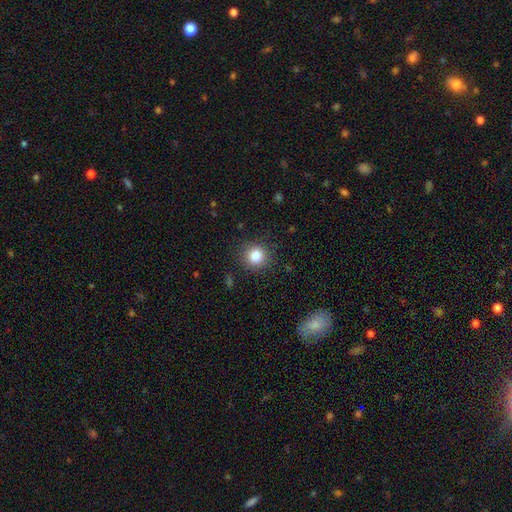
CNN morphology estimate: A smooth galaxy with no disk features (83%) that is round (91%).

Vote fractions:
- Smooth or featured? smooth: 83% / star or artifact: 11% / featured or disk: 5%
- How rounded? round: 91% / in between: 8% / cigar-shaped: 1%
- Merging? none: 88% / minor disturbance: 8% / major disturbance: 3% / merger: 1%